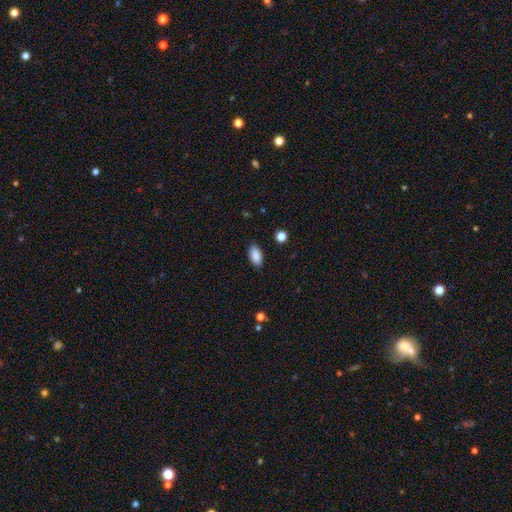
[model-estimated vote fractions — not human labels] Smooth or featured? Predicted: smooth (p=0.89). How rounded? Predicted: in between (p=0.92). Merging? Predicted: none (p=0.87).